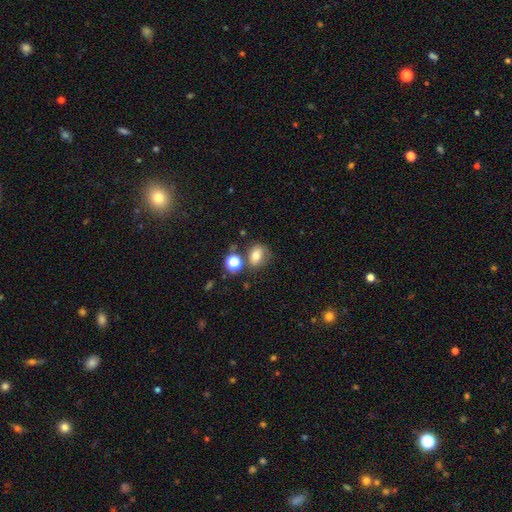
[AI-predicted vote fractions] smooth 74%, star or artifact 14%, featured or disk 12%. Down the decision tree: how rounded — in between (52%); merging — none (63%).